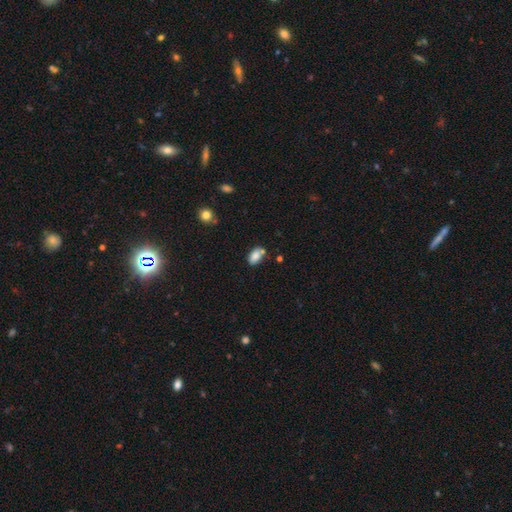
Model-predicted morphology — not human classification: smooth 83%, star or artifact 9%, featured or disk 8%. Down the decision tree: how rounded — in between (90%); merging — none (59%).